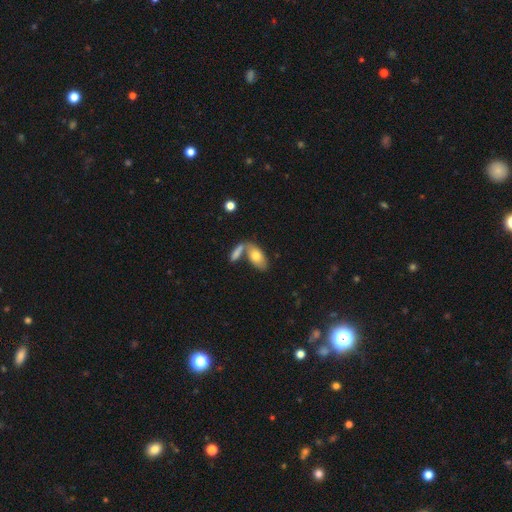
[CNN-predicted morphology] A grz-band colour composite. It shows a smooth galaxy with no disk features (69%) that is in between round and cigar-shaped (88%). Merging: none (44%).